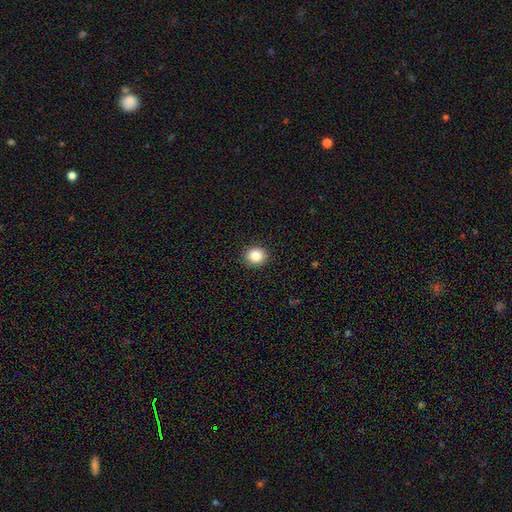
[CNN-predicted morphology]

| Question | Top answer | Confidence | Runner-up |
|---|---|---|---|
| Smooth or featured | smooth | 86% | star or artifact (9%) |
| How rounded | round | 77% | in between (22%) |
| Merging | none | 91% | minor disturbance (6%) |